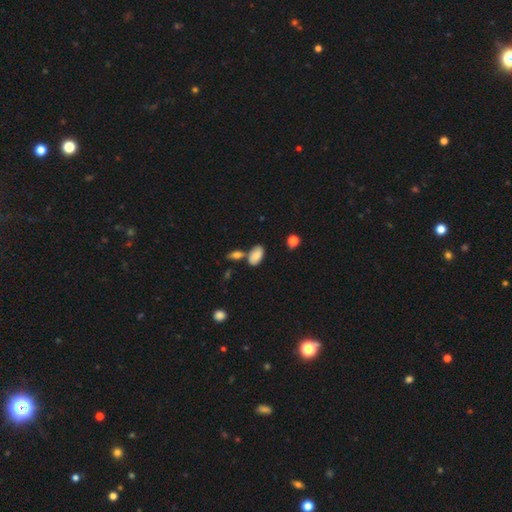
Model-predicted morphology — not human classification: Overall: smooth (81%). How rounded: in between (93%). Merging: none (59%; merger 22%).